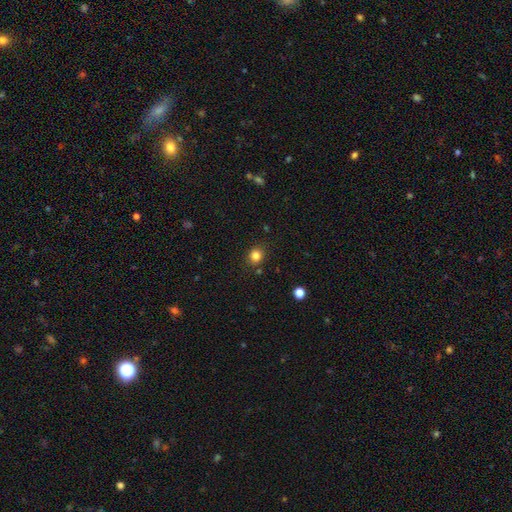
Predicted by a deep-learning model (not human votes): This is clearly a smooth galaxy (83%). How rounded: likely round (78%). Merging: clearly none (85%).